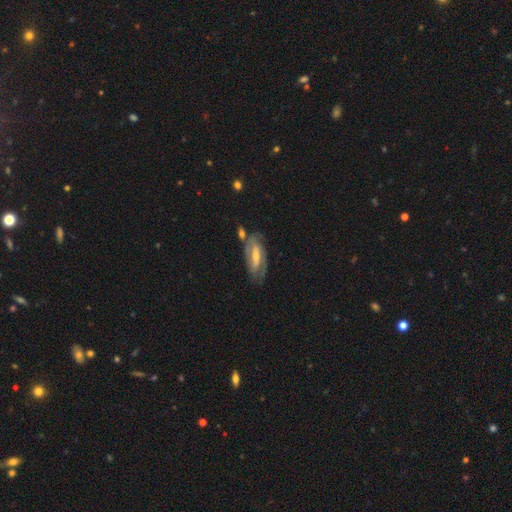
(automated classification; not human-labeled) This appears to be a featured or disk galaxy (74%) with a strong bar (43%), 2 (69%) tight (45%) spiral arms (86%) and a moderate central bulge (44%). Merging: none (67%).